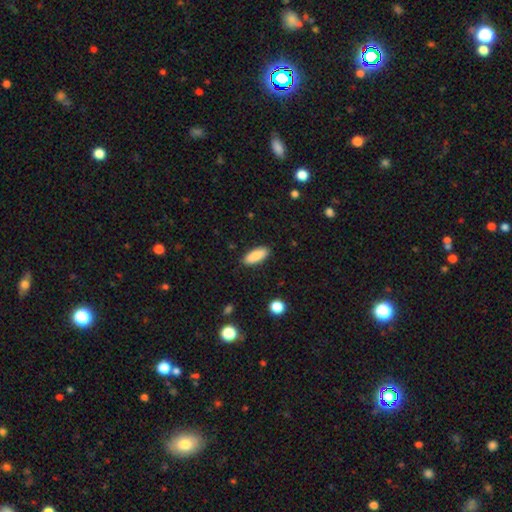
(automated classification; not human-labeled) Overall: smooth (87%). How rounded: in between (77%). Merging: none (89%).